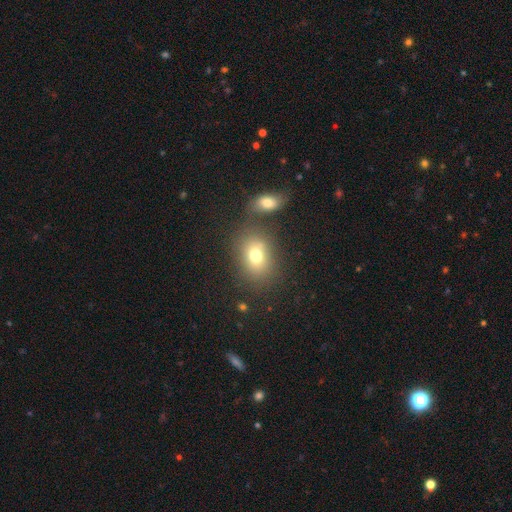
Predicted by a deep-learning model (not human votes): This is likely a smooth galaxy (74%). How rounded: possibly in between (59%). Merging: likely none (63%).